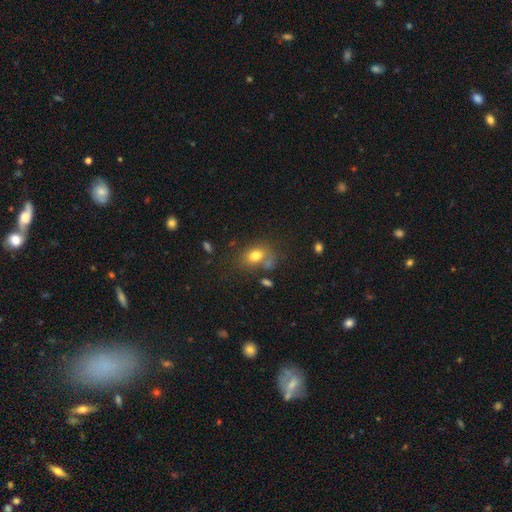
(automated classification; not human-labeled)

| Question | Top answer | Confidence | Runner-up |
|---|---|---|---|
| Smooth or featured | smooth | 77% | featured or disk (12%) |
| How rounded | in between | 71% | round (28%) |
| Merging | none | 54% | minor disturbance (21%) |